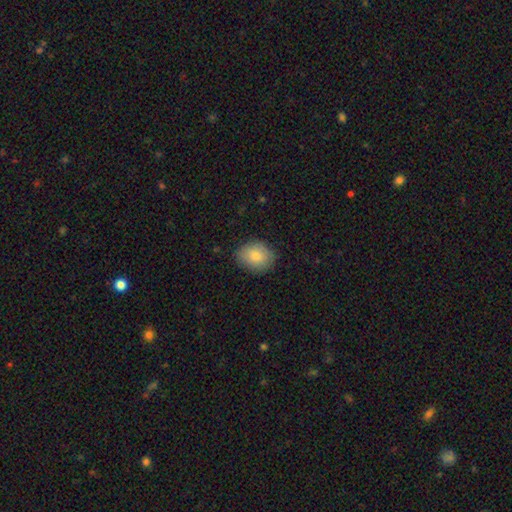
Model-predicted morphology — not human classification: This is clearly a smooth galaxy (84%). How rounded: possibly in between (51%). Merging: clearly none (82%).